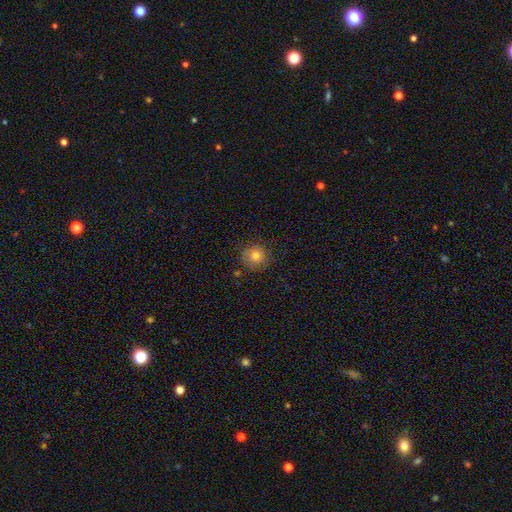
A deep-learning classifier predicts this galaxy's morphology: Smooth or featured? smooth (75%)
How rounded? round (91%)
Merging? none (80%)